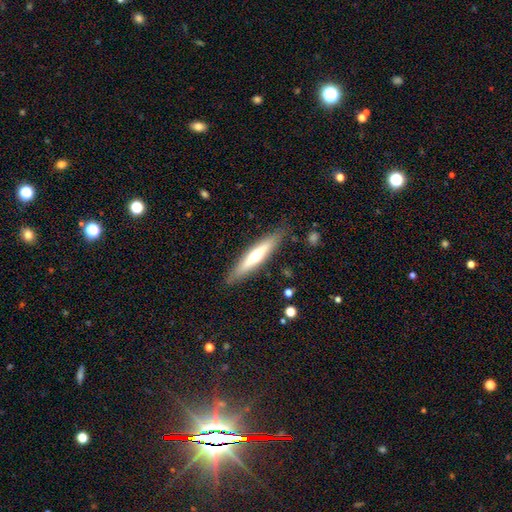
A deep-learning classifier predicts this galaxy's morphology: Smooth or featured? Predicted: featured or disk (p=0.51). Edge-on disk? Predicted: yes (p=0.90). Merging? Predicted: none (p=0.87).